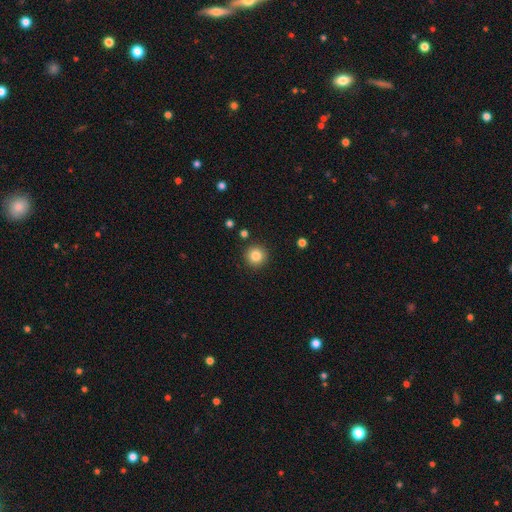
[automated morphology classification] Smooth or featured?
  - smooth: 85% *
  - star or artifact: 10%
  - featured or disk: 5%
How rounded?
  - round: 95% *
  - in between: 4%
  - cigar-shaped: 1%
Merging?
  - none: 91% *
  - minor disturbance: 6%
  - major disturbance: 2%
  - merger: 2%